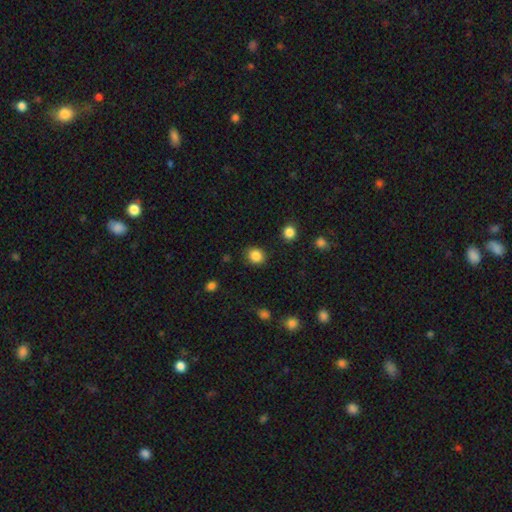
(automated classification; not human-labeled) Q: Smooth or featured?
A: smooth (86%); runner-up: star or artifact (10%)
Q: How rounded?
A: round (76%); runner-up: in between (23%)
Q: Merging?
A: none (87%); runner-up: minor disturbance (8%)